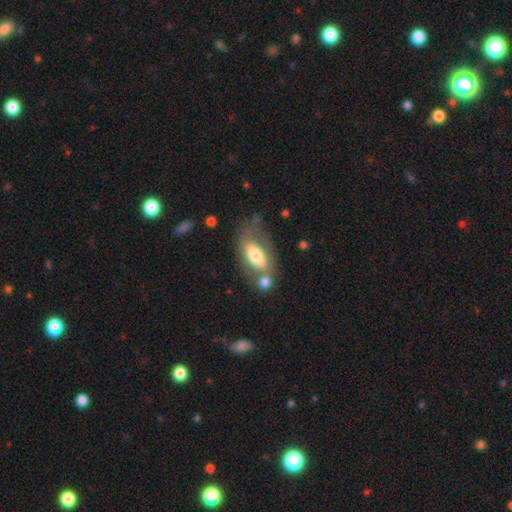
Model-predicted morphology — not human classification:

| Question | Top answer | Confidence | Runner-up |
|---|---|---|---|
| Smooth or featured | smooth | 61% | featured or disk (33%) |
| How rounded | in between | 88% | cigar-shaped (6%) |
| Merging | none | 41% | merger (28%) |